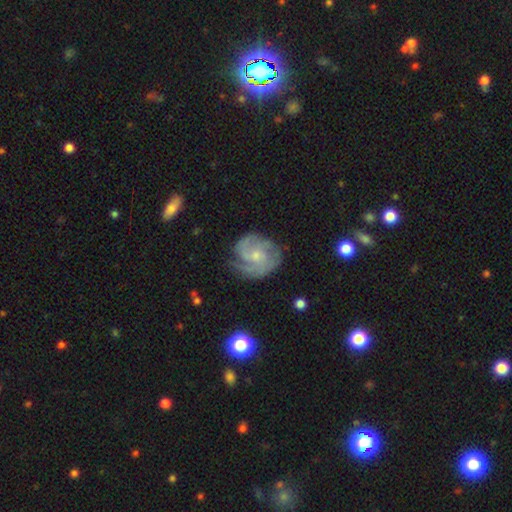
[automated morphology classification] smooth-or-featured: featured or disk: 83% | smooth: 11% | star or artifact: 6%
  disk-edge-on: no: 98% | yes: 2%
    bar: no: 67% | weak: 29% | strong: 4%
    has-spiral-arms: yes: 95% | no: 5%
      spiral-winding: tight: 47% | medium: 41% | loose: 12%
      spiral-arm-count: 3: 33% | 2: 26% | can't tell: 21% | 4: 9% | 1: 6% | more than 4: 5%
    bulge-size: small: 64% | moderate: 28% | none: 5% | large: 1% | dominant: 1%
  merging: none: 67% | minor disturbance: 21% | major disturbance: 10% | merger: 2%